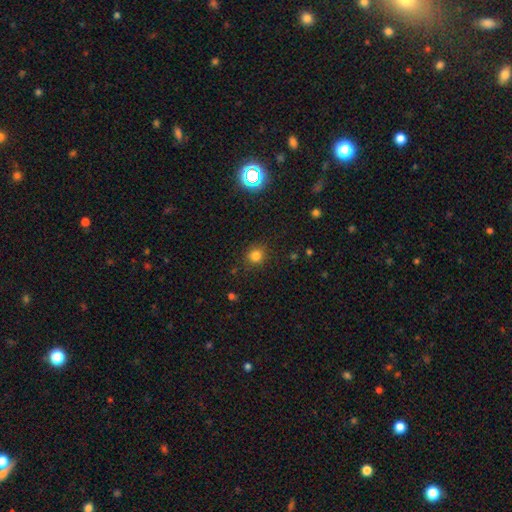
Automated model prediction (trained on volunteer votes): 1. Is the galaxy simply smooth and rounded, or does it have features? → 80% smooth, 15% star or artifact, 5% featured or disk.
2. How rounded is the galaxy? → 89% round, 10% in between, 1% cigar-shaped.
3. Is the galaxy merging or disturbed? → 87% none, 9% minor disturbance, 3% major disturbance, 1% merger.